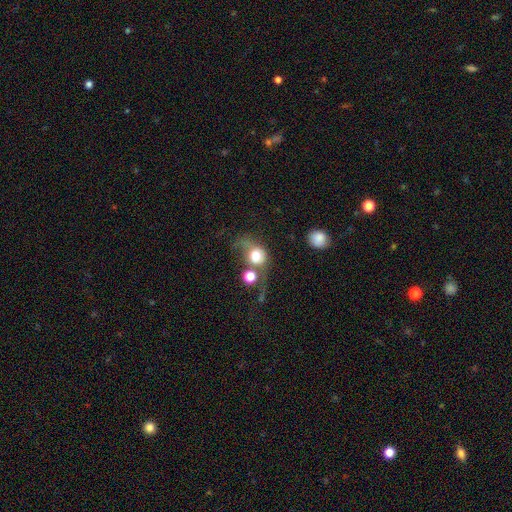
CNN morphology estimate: type=smooth (67%); roundness=round (70%); merging=major disturbance (32%).